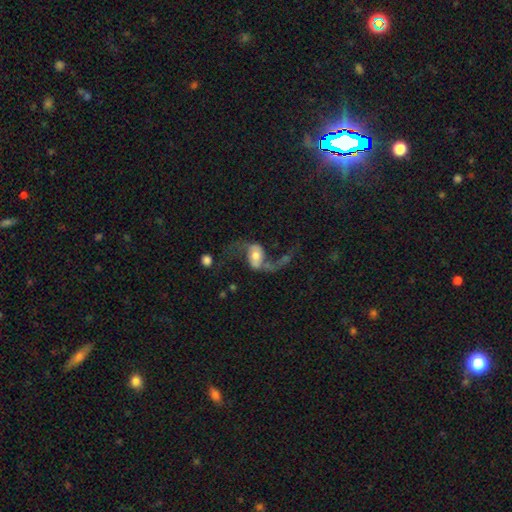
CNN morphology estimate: A featured or disk galaxy (85%) with no bar (46%), 2 (92%) loose (85%) spiral arms (94%) and a moderate central bulge (56%). Merging: none (61%).